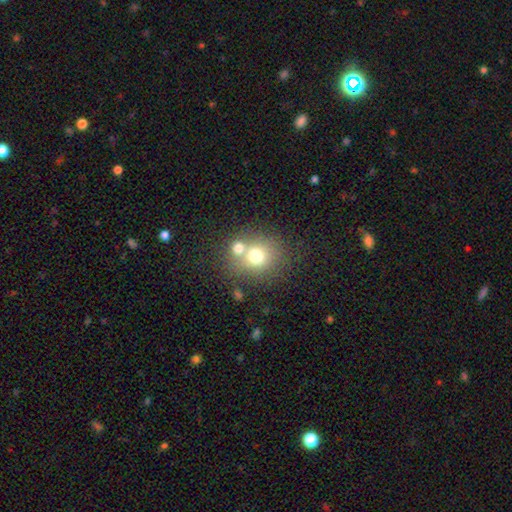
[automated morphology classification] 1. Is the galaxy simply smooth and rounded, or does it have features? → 70% smooth, 17% featured or disk, 13% star or artifact.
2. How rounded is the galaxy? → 75% round, 24% in between, 1% cigar-shaped.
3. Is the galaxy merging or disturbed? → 46% none, 42% merger, 8% minor disturbance, 4% major disturbance.